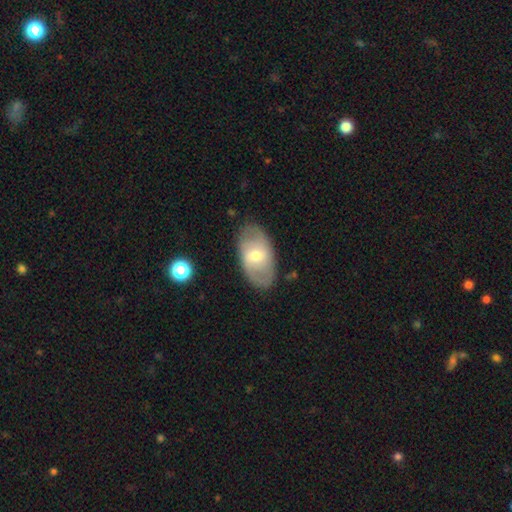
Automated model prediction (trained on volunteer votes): smooth-or-featured: featured or disk: 51% | smooth: 43% | star or artifact: 6%
  disk-edge-on: no: 91% | yes: 9%
  merging: none: 81% | minor disturbance: 13% | major disturbance: 4% | merger: 1%